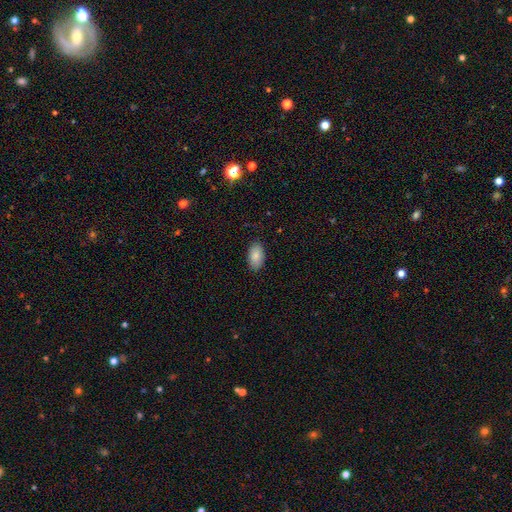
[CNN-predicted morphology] A smooth galaxy with no disk features (86%) that is in between round and cigar-shaped (94%).

Vote fractions:
- Smooth or featured? smooth: 86% / star or artifact: 7% / featured or disk: 7%
- How rounded? in between: 94% / round: 4% / cigar-shaped: 2%
- Merging? none: 85% / minor disturbance: 11% / major disturbance: 2% / merger: 1%